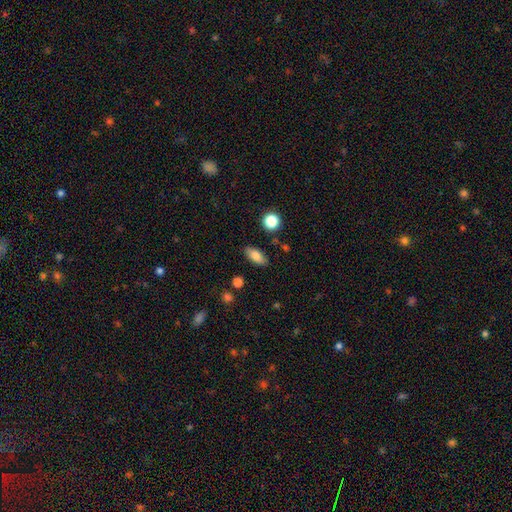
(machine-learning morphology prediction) A smooth galaxy with no disk features (81%) that is in between round and cigar-shaped (85%). Merging: none (85%).